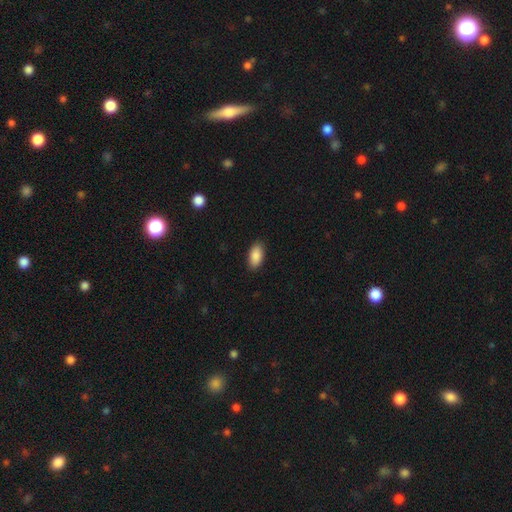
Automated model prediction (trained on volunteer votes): This appears to be a smooth galaxy with no disk features (89%) that is in between round and cigar-shaped (93%). Merging: none (88%).